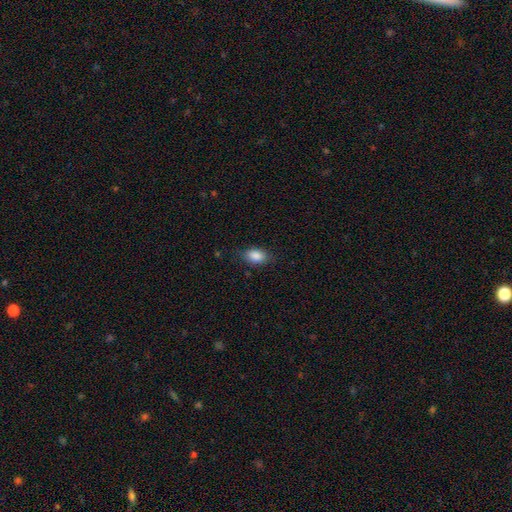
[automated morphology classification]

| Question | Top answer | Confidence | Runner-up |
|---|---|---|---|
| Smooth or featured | smooth | 87% | star or artifact (8%) |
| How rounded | in between | 83% | round (15%) |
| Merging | none | 79% | minor disturbance (16%) |